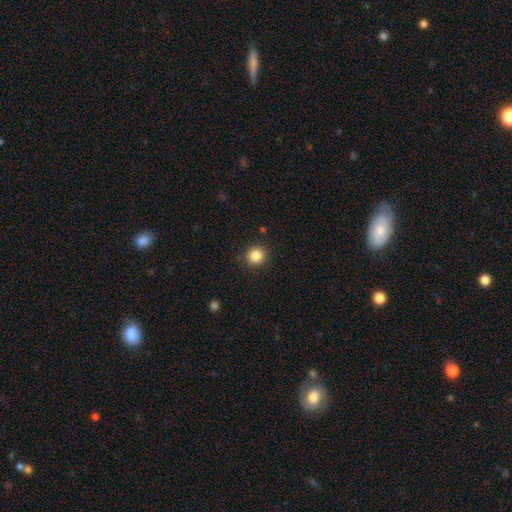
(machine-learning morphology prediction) Smooth or featured: smooth — 85% (star or artifact — 10%)
How rounded: round — 92% (in between — 7%)
Merging: none — 90% (minor disturbance — 7%)